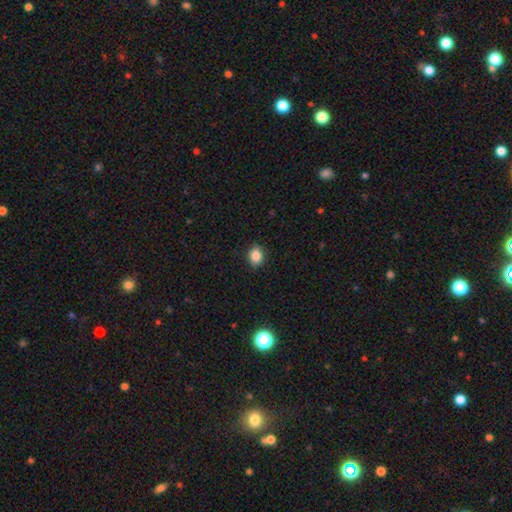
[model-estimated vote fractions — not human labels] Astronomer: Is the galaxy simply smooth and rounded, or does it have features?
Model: smooth — 86%.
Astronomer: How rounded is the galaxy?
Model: in between — 61% (runner-up: round, 38%).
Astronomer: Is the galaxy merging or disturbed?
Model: none — 87%.